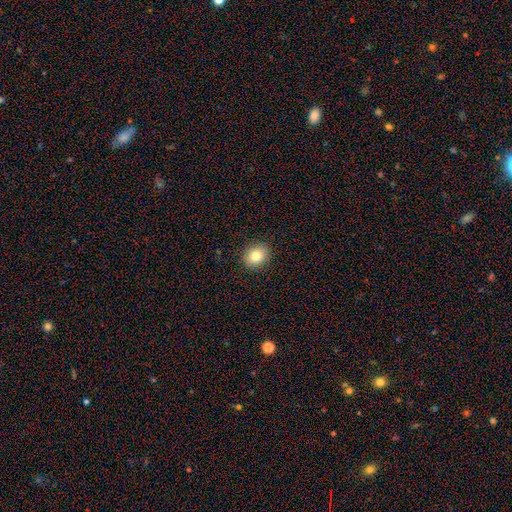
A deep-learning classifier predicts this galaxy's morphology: The model was most divided on "how rounded": round: 66%, in between: 33%, cigar-shaped: 1%. More confident: merging — none (91%); smooth or featured — smooth (81%).